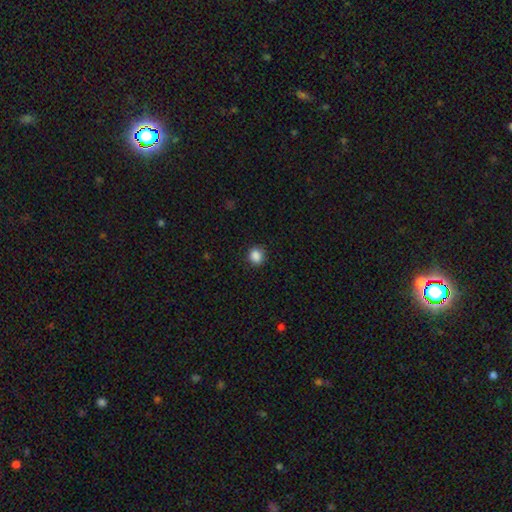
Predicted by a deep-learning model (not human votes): A smooth galaxy with no disk features (87%) that is round (72%). Merging: none (88%).